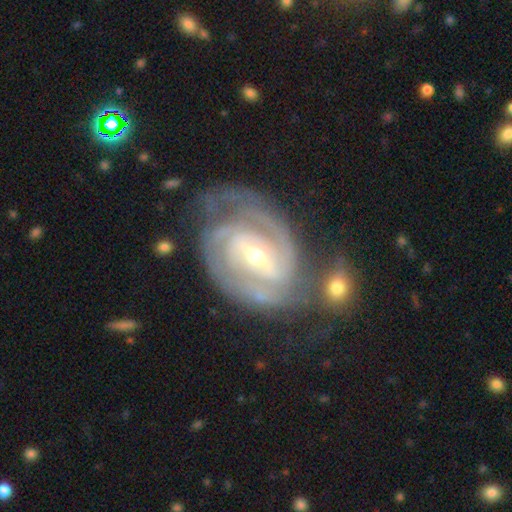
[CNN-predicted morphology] smooth-or-featured: featured or disk: 91% | smooth: 5% | star or artifact: 4%
  disk-edge-on: no: 97% | yes: 3%
    bar: weak: 43% | strong: 40% | no: 17%
    has-spiral-arms: yes: 97% | no: 3%
      spiral-winding: tight: 68% | medium: 27% | loose: 5%
      spiral-arm-count: 2: 47% | 3: 22% | can't tell: 17% | 4: 6% | 1: 4% | more than 4: 4%
    bulge-size: small: 55% | moderate: 42% | large: 2% | none: 1% | dominant: 1%
  merging: none: 57% | minor disturbance: 19% | merger: 13% | major disturbance: 10%